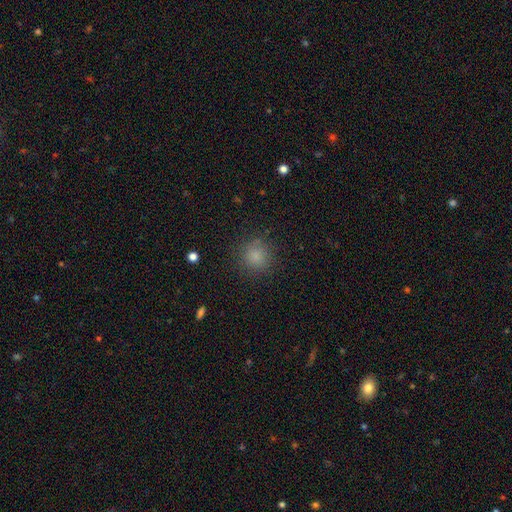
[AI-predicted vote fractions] Smooth or featured: smooth — 82% (star or artifact — 13%)
How rounded: round — 92% (in between — 7%)
Merging: none — 86% (minor disturbance — 9%)